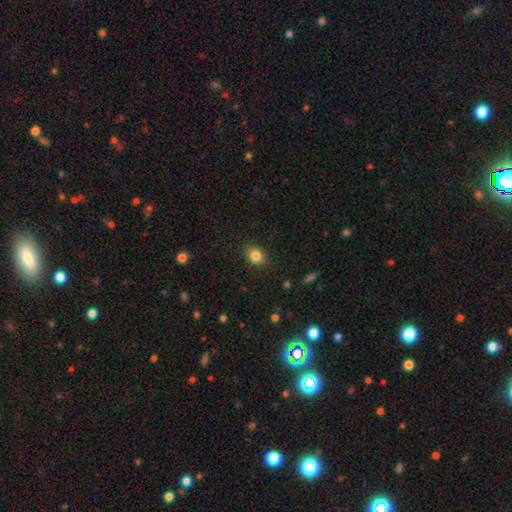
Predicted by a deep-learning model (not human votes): smooth 84%, star or artifact 10%, featured or disk 6%. Down the decision tree: how rounded — in between (63%); merging — none (86%).